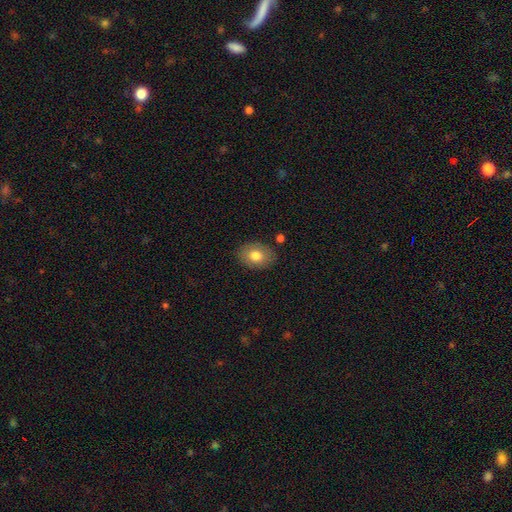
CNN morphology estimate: This appears to be a smooth galaxy with no disk features (78%) that is in between round and cigar-shaped (70%). Merging: none (84%).